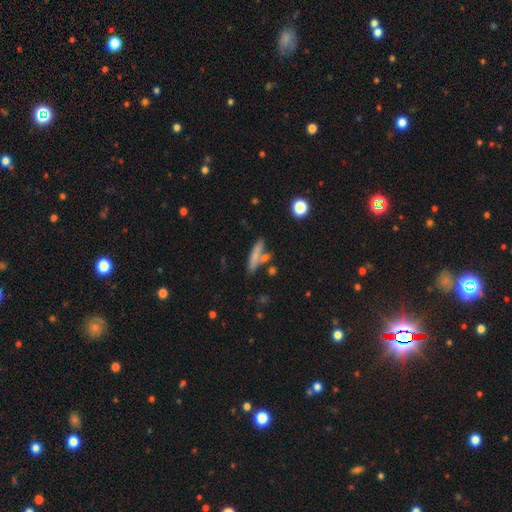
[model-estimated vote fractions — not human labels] Overall: smooth (72%). How rounded: cigar-shaped (78%). Merging: none (61%).